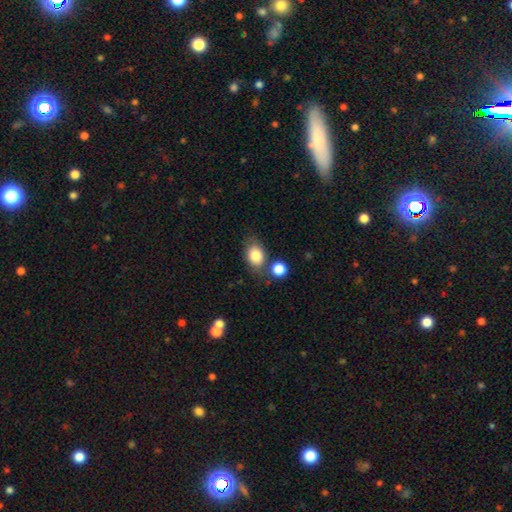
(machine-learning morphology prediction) smooth-or-featured: smooth: 82% | featured or disk: 10% | star or artifact: 8%
  how-rounded: in between: 69% | round: 30% | cigar-shaped: 1%
  merging: none: 65% | minor disturbance: 17% | merger: 13% | major disturbance: 5%